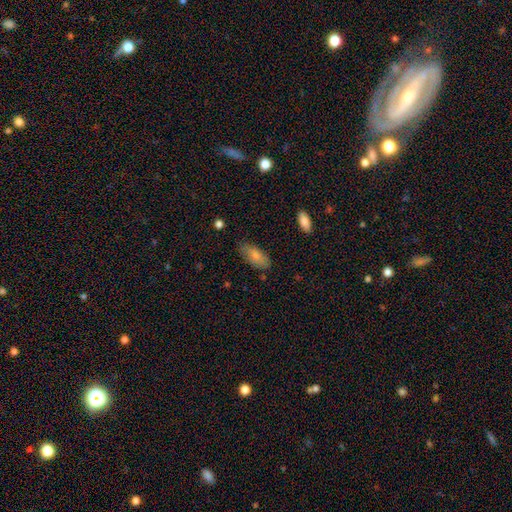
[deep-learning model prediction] smooth 79%, featured or disk 15%, star or artifact 6%. Down the decision tree: how rounded — in between (89%); merging — none (77%).